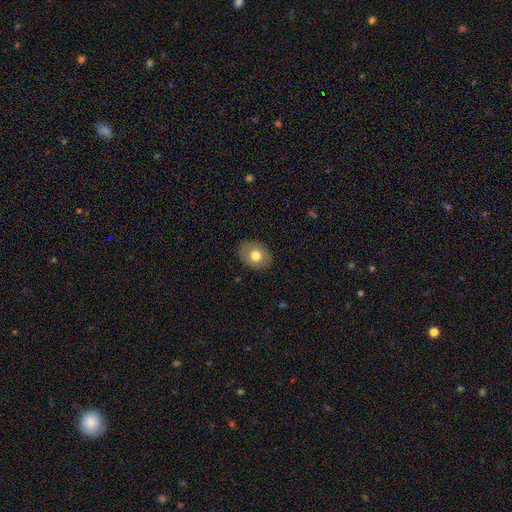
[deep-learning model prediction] This is likely a smooth galaxy (75%). How rounded: possibly in between (52%). Merging: clearly none (86%).